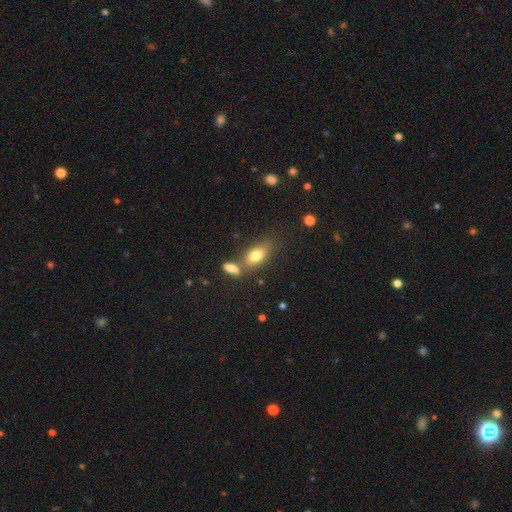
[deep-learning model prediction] Overall: smooth (75%). How rounded: in between (80%). Merging: none (55%; merger 24%).